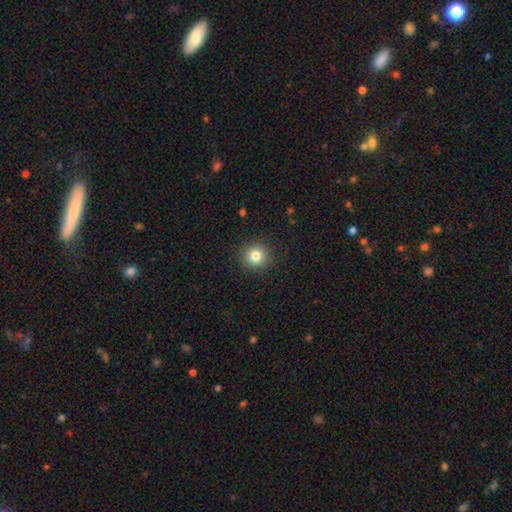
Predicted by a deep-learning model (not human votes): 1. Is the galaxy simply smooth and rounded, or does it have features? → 82% smooth, 12% star or artifact, 6% featured or disk.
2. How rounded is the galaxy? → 93% round, 7% in between, 1% cigar-shaped.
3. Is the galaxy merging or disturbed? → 91% none, 6% minor disturbance, 2% major disturbance, 1% merger.